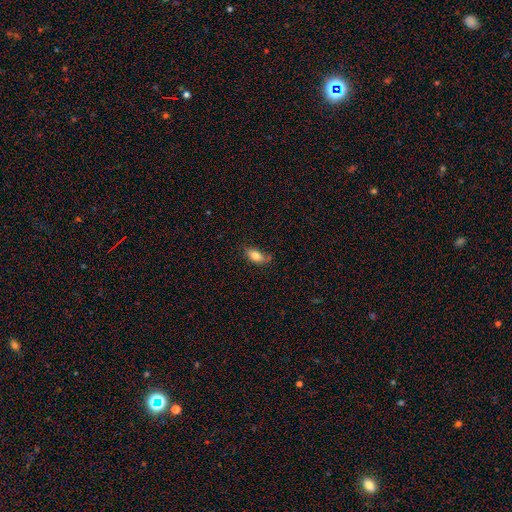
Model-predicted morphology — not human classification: Q: Smooth or featured?
A: smooth (79%); runner-up: featured or disk (13%)
Q: How rounded?
A: in between (86%); runner-up: cigar-shaped (10%)
Q: Merging?
A: none (64%); runner-up: minor disturbance (27%)